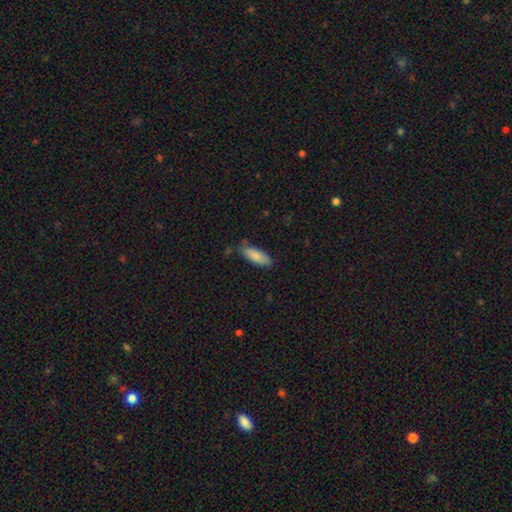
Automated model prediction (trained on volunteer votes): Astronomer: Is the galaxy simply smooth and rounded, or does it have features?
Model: smooth — 84%.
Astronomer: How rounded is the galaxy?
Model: in between — 65%.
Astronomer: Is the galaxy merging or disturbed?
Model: none — 72%.